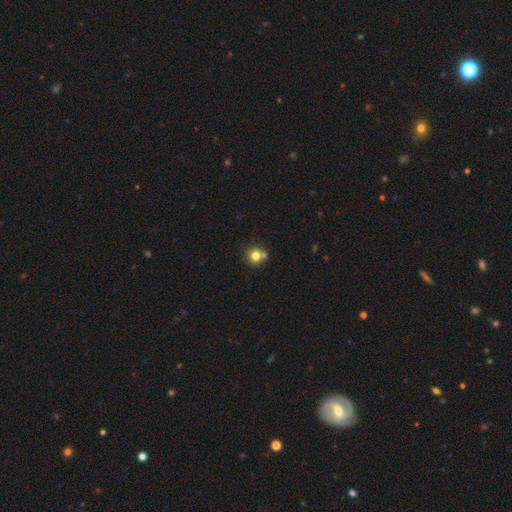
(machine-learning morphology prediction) This is likely a smooth galaxy (79%). How rounded: clearly round (90%). Merging: likely none (65%).